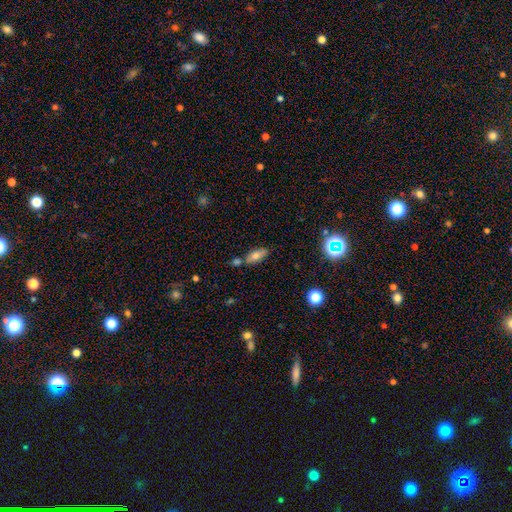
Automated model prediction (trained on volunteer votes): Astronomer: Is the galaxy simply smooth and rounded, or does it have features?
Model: smooth — 71%.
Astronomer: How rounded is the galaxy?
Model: in between — 76%.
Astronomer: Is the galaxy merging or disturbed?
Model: none — 67%.